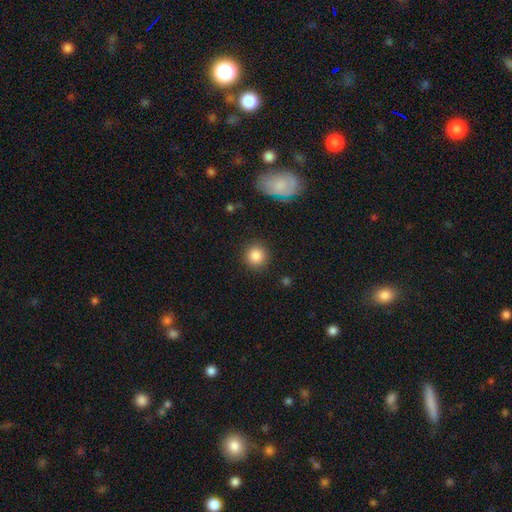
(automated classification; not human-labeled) This is clearly a smooth galaxy (85%). How rounded: clearly round (93%). Merging: clearly none (90%).